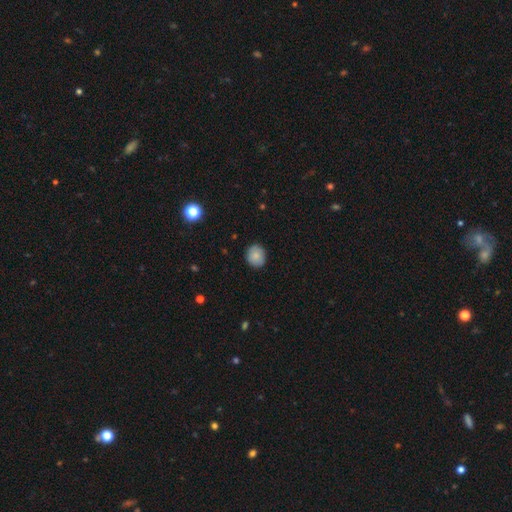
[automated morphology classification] smooth 85%, star or artifact 8%, featured or disk 7%. Down the decision tree: how rounded — round (75%); merging — none (88%).